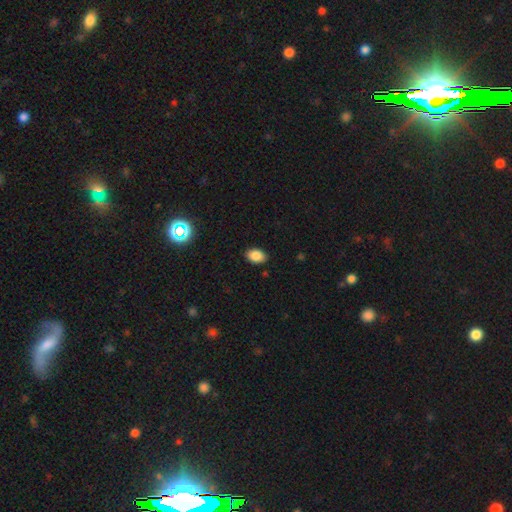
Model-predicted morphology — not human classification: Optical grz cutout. It shows a smooth galaxy with no disk features (86%) that is in between round and cigar-shaped (85%). Merging: none (87%).